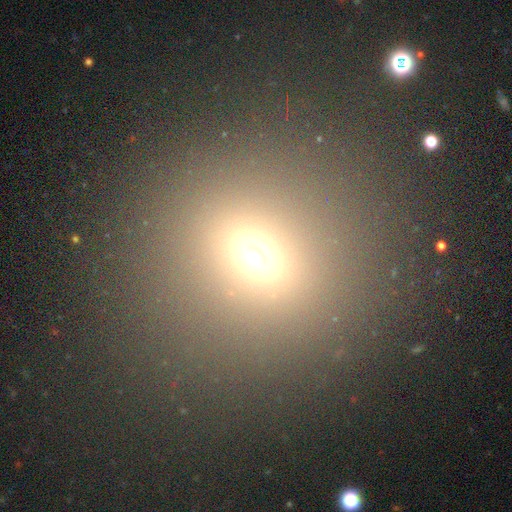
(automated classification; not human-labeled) This is likely a smooth galaxy (65%). How rounded: likely round (71%). Merging: clearly none (84%).